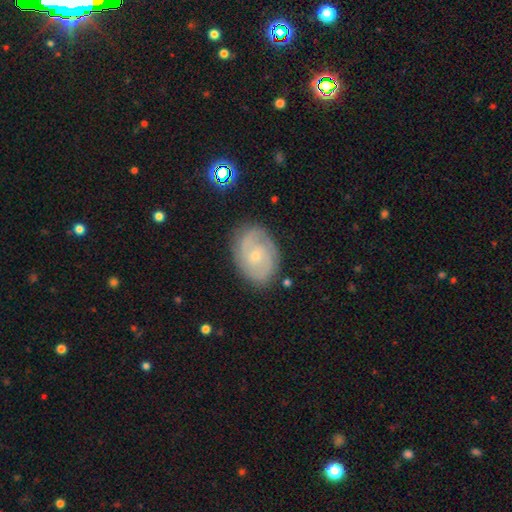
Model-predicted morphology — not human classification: A featured or disk galaxy (75%) with no bar (66%), 2 (62%) tight (50%) spiral arms (92%) and a small central bulge (72%).

Vote fractions:
- Smooth or featured? featured or disk: 75% / smooth: 18% / star or artifact: 7%
- Edge-on disk? no: 97% / yes: 3%
- Bar? no: 66% / weak: 30% / strong: 5%
- Spiral arms? yes: 92% / no: 8%
- Spiral winding? tight: 50% / medium: 39% / loose: 12%
- Spiral arm count? 2: 62% / can't tell: 20% / 3: 9% / 1: 4% / 4: 3% / more than 4: 2%
- Bulge size? small: 72% / moderate: 25% / none: 2% / large: 1% / dominant: 1%
- Merging? none: 80% / minor disturbance: 15% / major disturbance: 4% / merger: 1%